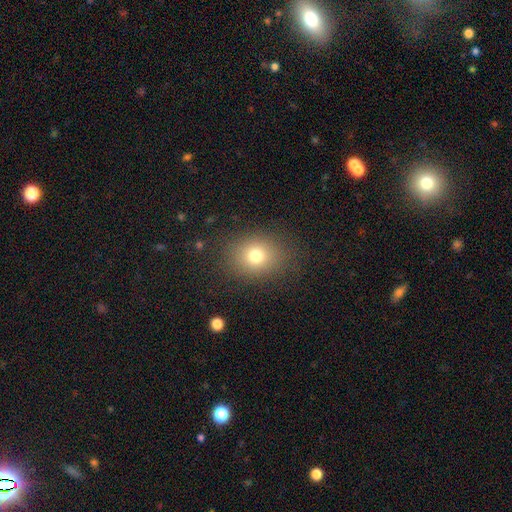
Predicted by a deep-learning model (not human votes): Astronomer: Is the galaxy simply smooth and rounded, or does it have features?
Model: smooth — 75%.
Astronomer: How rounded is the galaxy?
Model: round — 59% (runner-up: in between, 40%).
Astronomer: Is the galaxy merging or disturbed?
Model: none — 84%.